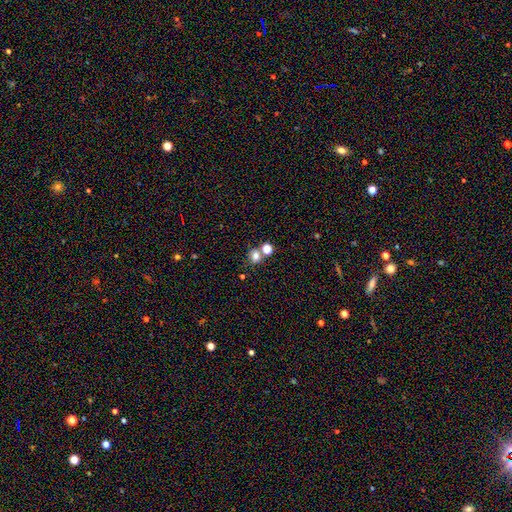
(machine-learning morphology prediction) smooth 74%, star or artifact 17%, featured or disk 9%. Down the decision tree: how rounded — round (72%); merging — none (61%).